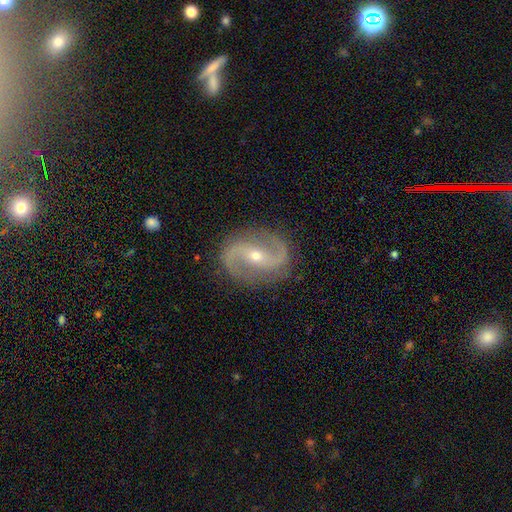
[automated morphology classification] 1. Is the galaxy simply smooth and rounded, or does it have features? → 91% featured or disk, 5% star or artifact, 4% smooth.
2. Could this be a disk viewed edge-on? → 97% no, 3% yes.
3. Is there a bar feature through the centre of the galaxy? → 35% weak, 34% no, 31% strong.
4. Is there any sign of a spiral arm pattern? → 97% yes, 3% no.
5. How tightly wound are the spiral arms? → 48% medium, 36% loose, 16% tight.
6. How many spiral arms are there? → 94% 2, 2% can't tell, 1% 1, 1% 3, 1% 4, 1% more than 4.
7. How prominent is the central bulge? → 55% small, 42% moderate, 1% large, 1% none, 1% dominant.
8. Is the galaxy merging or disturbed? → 87% none, 9% minor disturbance, 3% major disturbance, 1% merger.